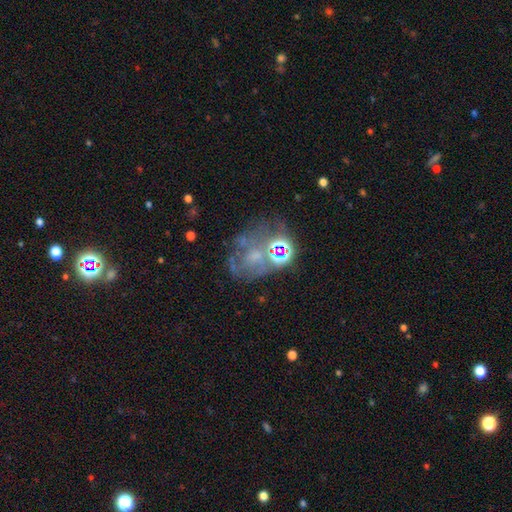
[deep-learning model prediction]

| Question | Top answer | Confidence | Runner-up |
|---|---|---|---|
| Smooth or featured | featured or disk | 49% | star or artifact (30%) |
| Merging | none | 45% | major disturbance (24%) |